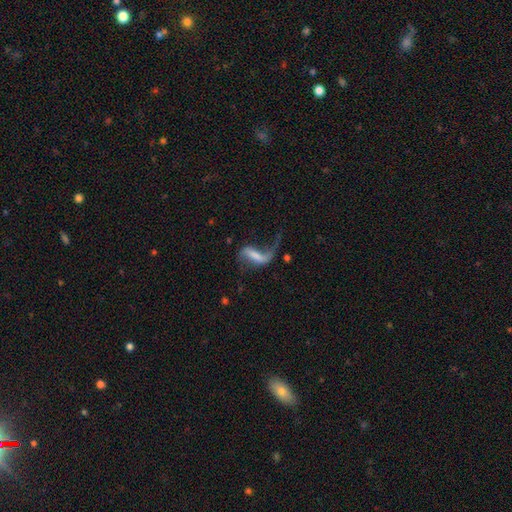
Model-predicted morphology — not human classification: The model was most divided on "merging": none: 40%, major disturbance: 38%, minor disturbance: 16%, merger: 7%. Remaining: edge-on disk — no (94%); spiral winding — loose (89%); spiral arms — yes (88%); smooth or featured — featured or disk (74%); spiral arm count — 2 (69%); bar — strong (49%); bulge size — none (45%).